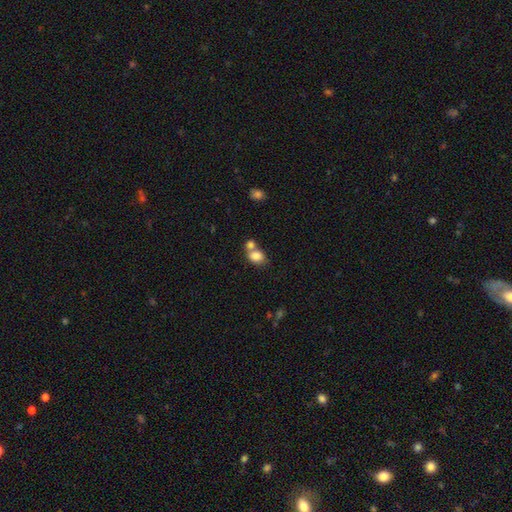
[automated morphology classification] This appears to be a smooth galaxy with no disk features (82%) that is in between round and cigar-shaped (58%). Merging: merger (50%).